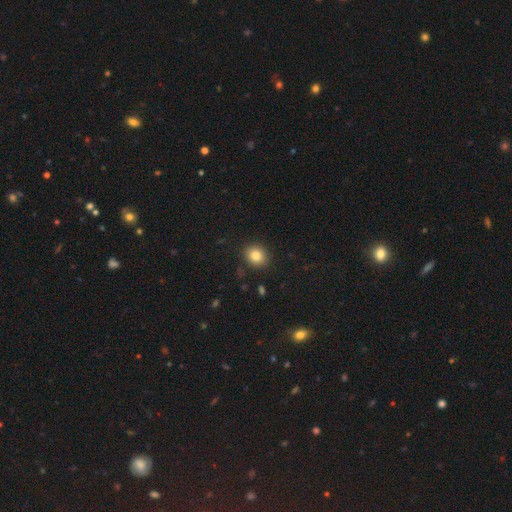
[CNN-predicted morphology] A smooth galaxy with no disk features (84%) that is round (69%).

Vote fractions:
- Smooth or featured? smooth: 84% / star or artifact: 10% / featured or disk: 6%
- How rounded? round: 69% / in between: 30% / cigar-shaped: 1%
- Merging? none: 89% / minor disturbance: 8% / major disturbance: 2% / merger: 1%